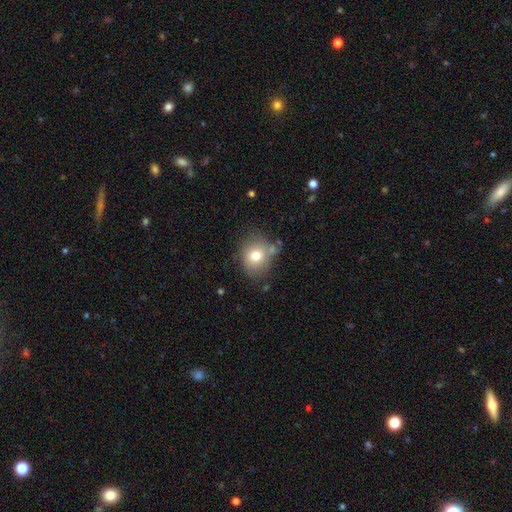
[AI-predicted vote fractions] Morphology: type=smooth (73%); roundness=round (69%); merging=none (63%).